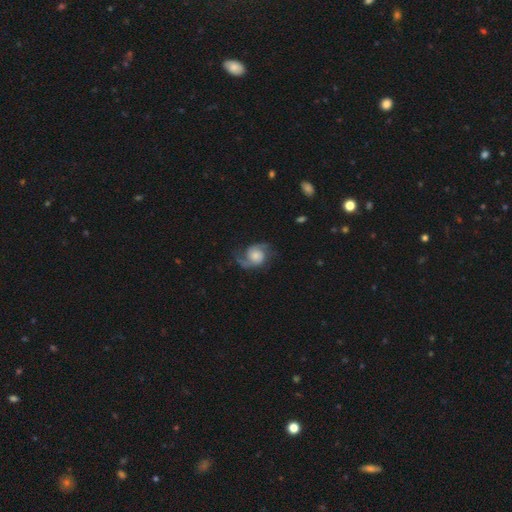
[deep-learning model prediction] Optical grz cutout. It shows a featured or disk galaxy (79%) with no bar (71%), 2 (89%) medium (47%) spiral arms (96%) and a moderate central bulge (30%). Merging: none (69%).